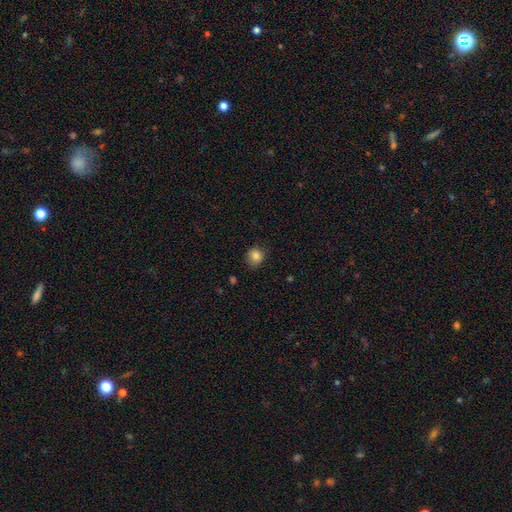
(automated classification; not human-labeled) A smooth galaxy with no disk features (84%) that is round (86%). Merging: none (84%).